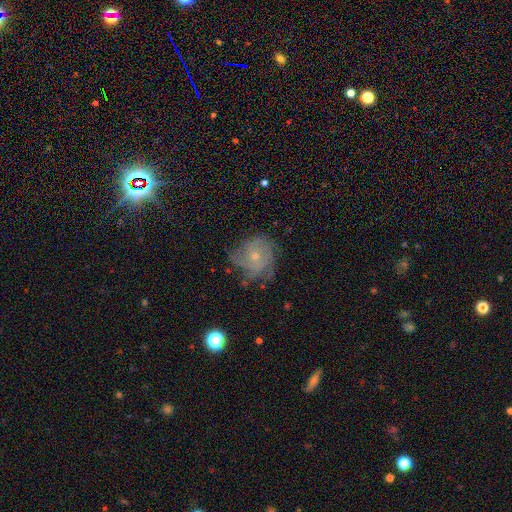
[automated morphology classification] This appears to be a featured or disk galaxy (72%) with no bar (79%), tight (57%) spiral arms (91%) and a small central bulge (63%). Merging: none (66%).